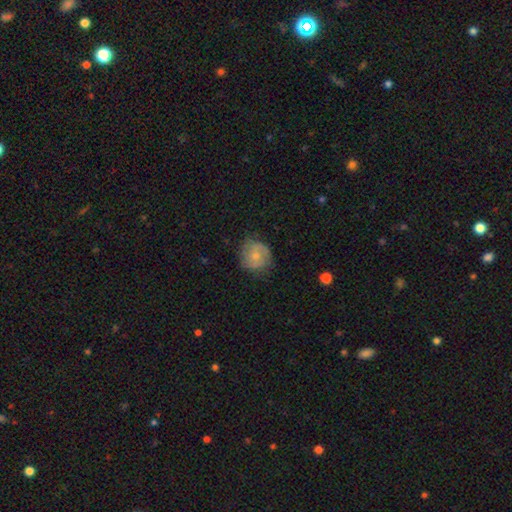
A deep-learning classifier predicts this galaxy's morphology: This appears to be a featured or disk galaxy (50%). Merging: none (73%).